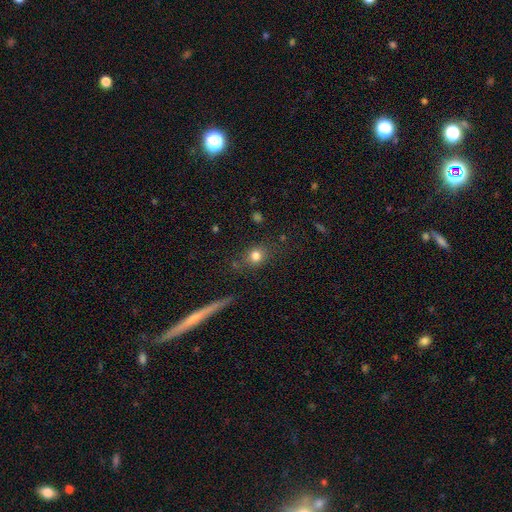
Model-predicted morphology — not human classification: Smooth or featured?
  - smooth: 79% *
  - star or artifact: 12%
  - featured or disk: 8%
How rounded?
  - round: 68% *
  - in between: 30%
  - cigar-shaped: 3%
Merging?
  - none: 78% *
  - minor disturbance: 13%
  - major disturbance: 5%
  - merger: 4%